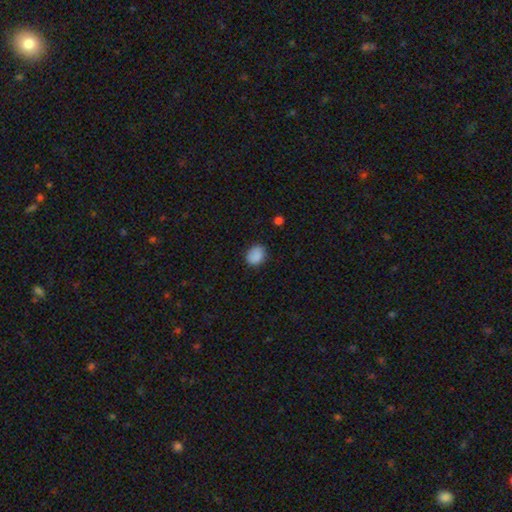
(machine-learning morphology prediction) The model was most divided on "how rounded": in between: 54%, round: 45%, cigar-shaped: 1%. More confident: smooth or featured — smooth (88%); merging — none (80%).